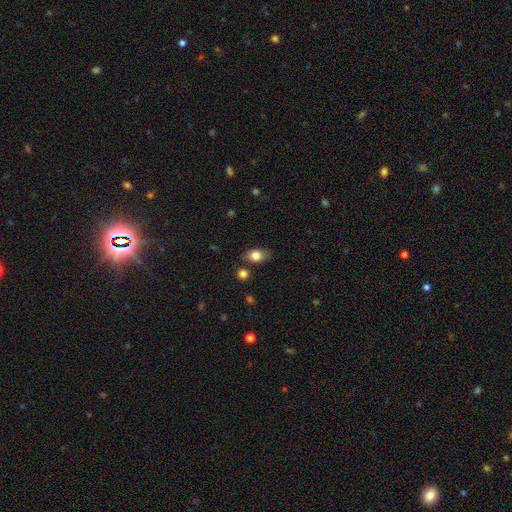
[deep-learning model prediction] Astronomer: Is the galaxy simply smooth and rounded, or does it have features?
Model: smooth — 80%.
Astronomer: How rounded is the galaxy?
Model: in between — 79%.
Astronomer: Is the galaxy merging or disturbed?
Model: none — 77%.